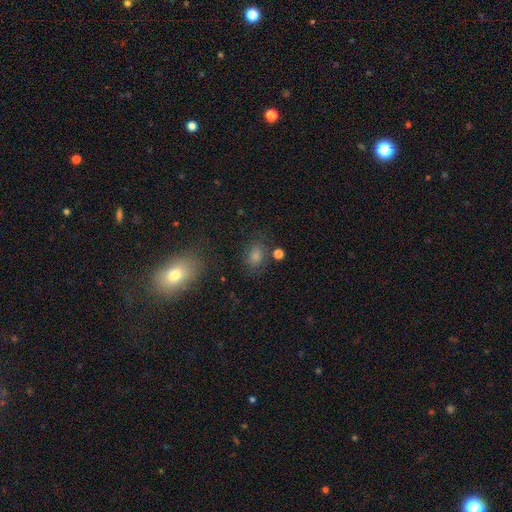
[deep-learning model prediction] Smooth or featured? smooth (74%)
How rounded? in between (57%)
Merging? none (70%)